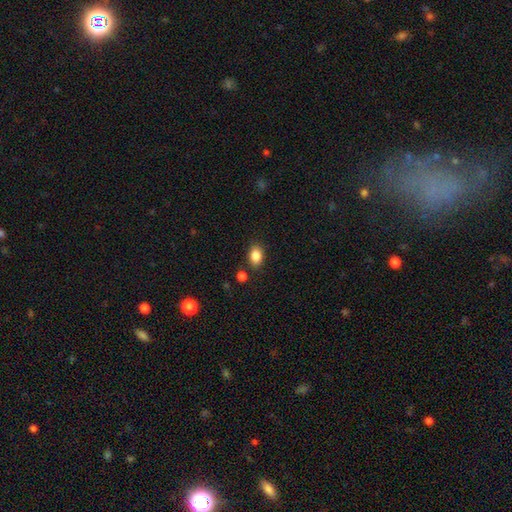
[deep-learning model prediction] The model was most divided on "how rounded": in between: 78%, round: 21%, cigar-shaped: 1%. More confident: smooth or featured — smooth (86%); merging — none (83%).